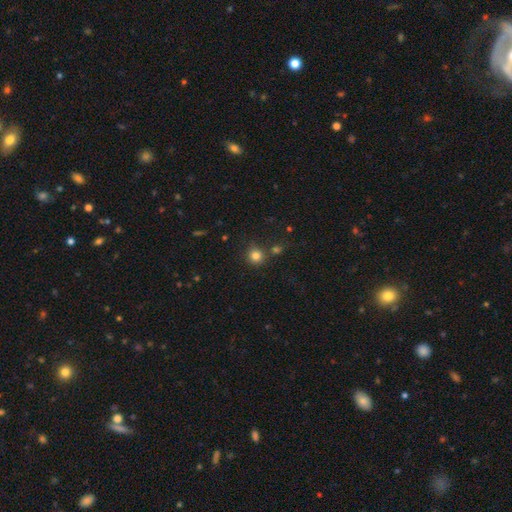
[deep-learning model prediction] smooth 81%, star or artifact 13%, featured or disk 5%. Down the decision tree: how rounded — round (91%); merging — none (74%).